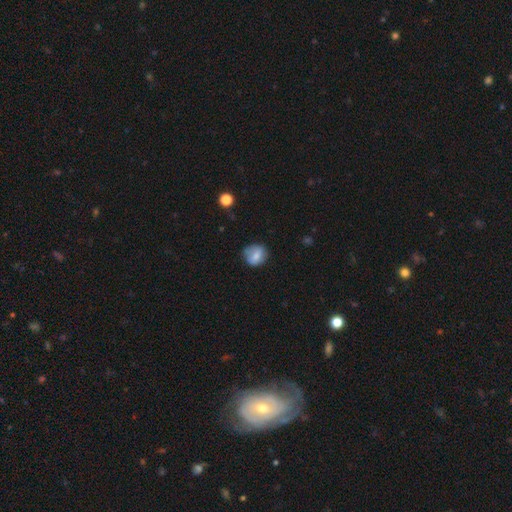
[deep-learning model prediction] Q: Smooth or featured?
A: smooth (66%); runner-up: featured or disk (26%)
Q: How rounded?
A: round (74%); runner-up: in between (25%)
Q: Merging?
A: none (69%); runner-up: minor disturbance (23%)